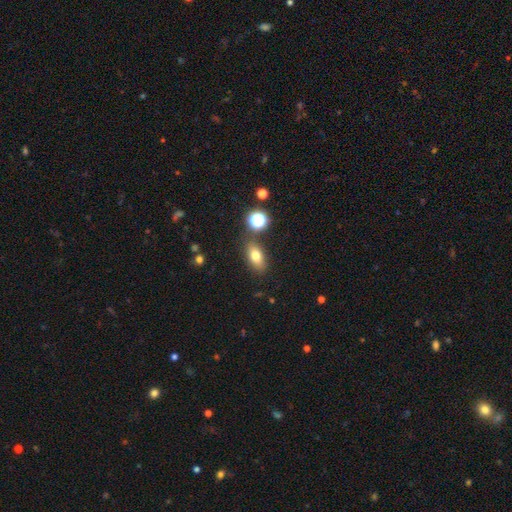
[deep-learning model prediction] This appears to be a smooth galaxy with no disk features (74%) that is in between round and cigar-shaped (80%). Merging: none (80%).